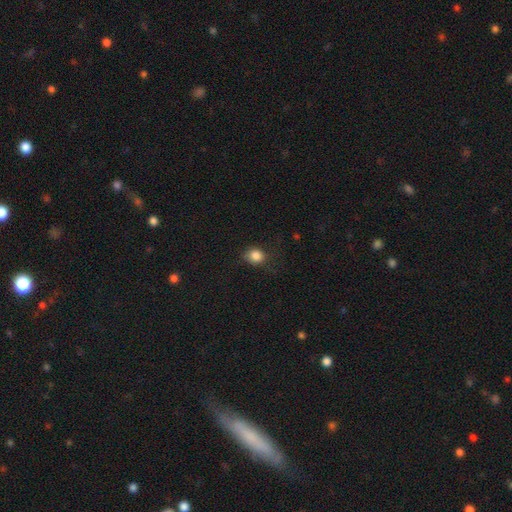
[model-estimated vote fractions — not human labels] smooth_or_featured: smooth (p=0.85) [alt: star or artifact p=0.11]
how_rounded: round (p=0.72) [alt: in between p=0.27]
merging: none (p=0.72) [alt: minor disturbance p=0.20]